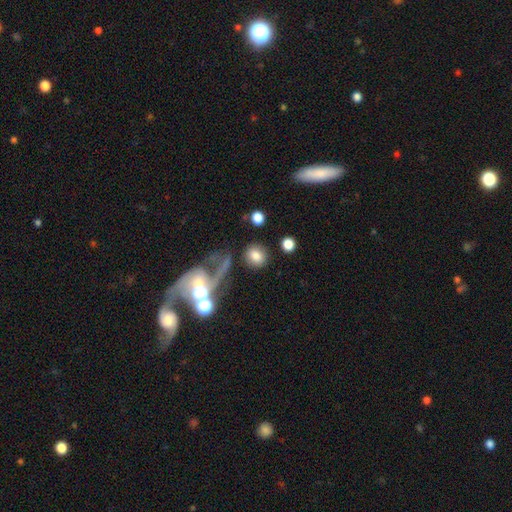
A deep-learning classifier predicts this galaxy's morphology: The model was most divided on "how rounded": round: 80%, in between: 19%, cigar-shaped: 2%. More confident: smooth or featured — smooth (79%); merging — none (78%).